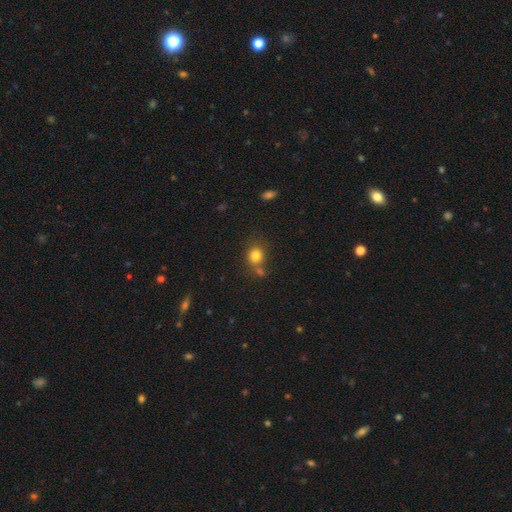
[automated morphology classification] This is likely a smooth galaxy (80%). How rounded: likely round (75%). Merging: likely none (61%).